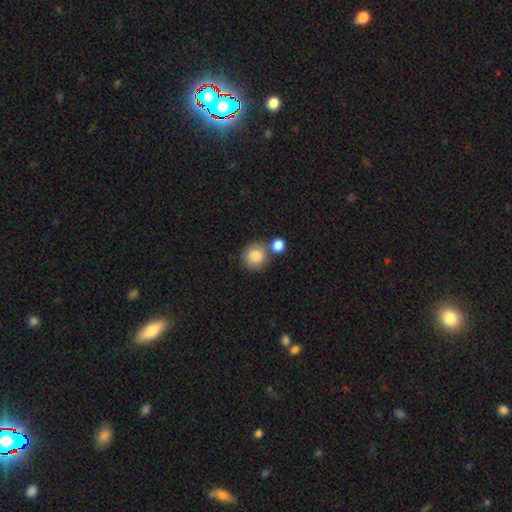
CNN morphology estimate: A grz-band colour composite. It shows a smooth galaxy with no disk features (83%) that is round (88%). Merging: none (60%).